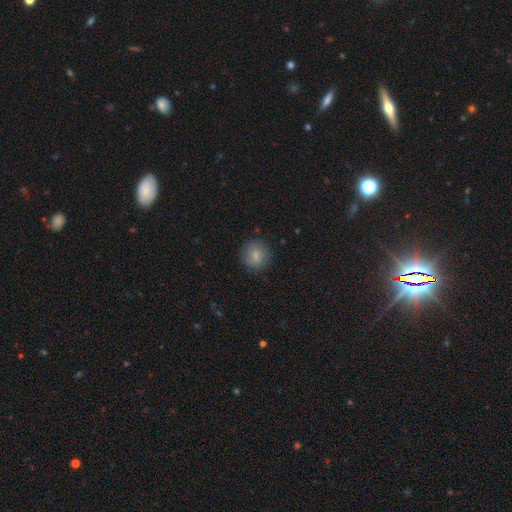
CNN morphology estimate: smooth-or-featured: smooth: 81% | featured or disk: 11% | star or artifact: 8%
  how-rounded: round: 86% | in between: 13% | cigar-shaped: 1%
  merging: none: 85% | minor disturbance: 11% | major disturbance: 3% | merger: 1%